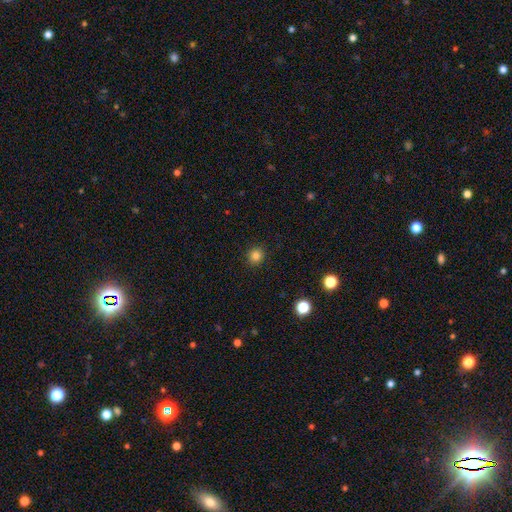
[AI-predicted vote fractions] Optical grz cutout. It shows a smooth galaxy with no disk features (82%) that is round (92%). Merging: none (92%).